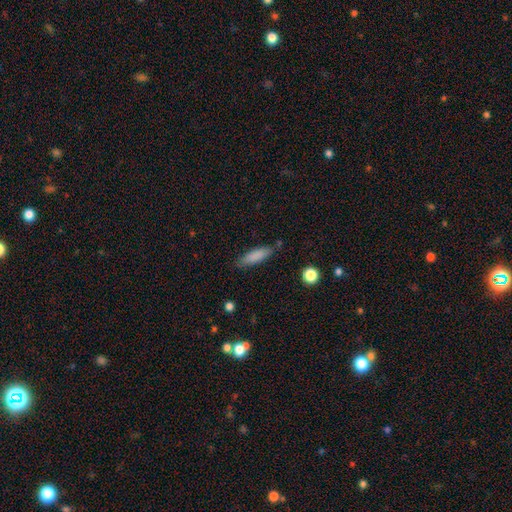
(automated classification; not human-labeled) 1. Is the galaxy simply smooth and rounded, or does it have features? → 83% smooth, 10% featured or disk, 7% star or artifact.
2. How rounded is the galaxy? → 63% cigar-shaped, 36% in between, 2% round.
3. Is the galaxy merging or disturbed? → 80% none, 15% minor disturbance, 3% major disturbance, 3% merger.